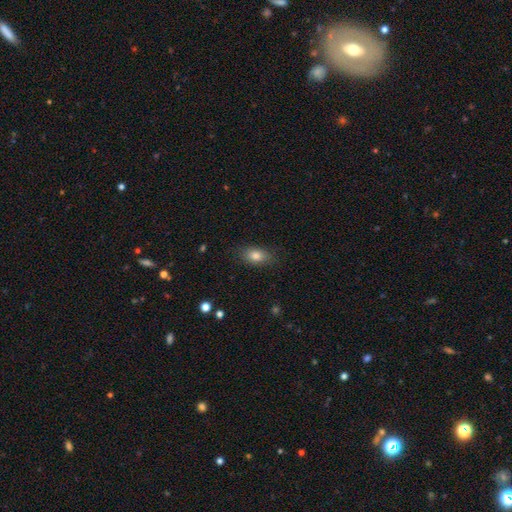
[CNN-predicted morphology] Smooth or featured?
  - smooth: 82% *
  - featured or disk: 9%
  - star or artifact: 9%
How rounded?
  - in between: 85% *
  - round: 10%
  - cigar-shaped: 4%
Merging?
  - none: 84% *
  - minor disturbance: 12%
  - major disturbance: 3%
  - merger: 1%